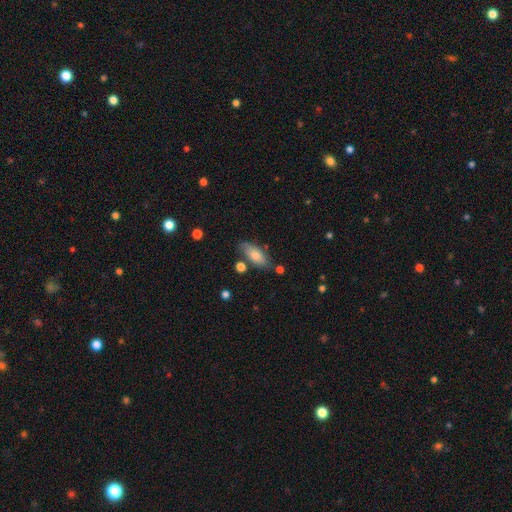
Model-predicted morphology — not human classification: type=smooth (76%); roundness=in between (82%); merging=none (71%).